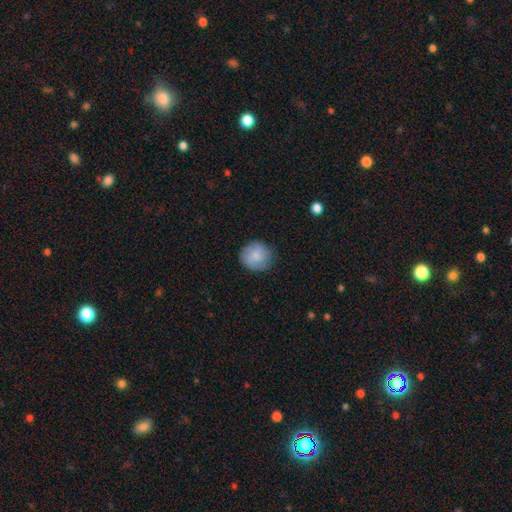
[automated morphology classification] This appears to be a smooth galaxy with no disk features (81%) that is round (91%). Merging: none (83%).